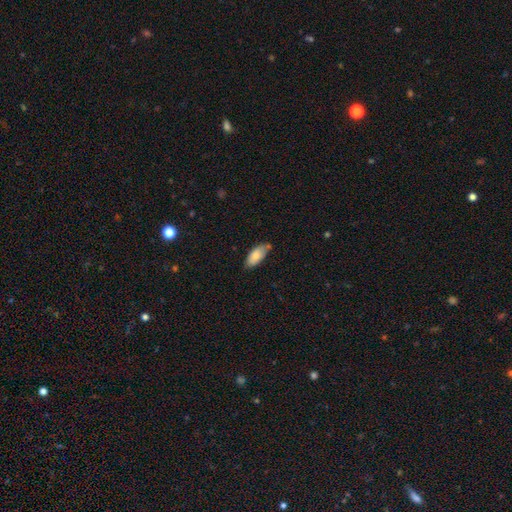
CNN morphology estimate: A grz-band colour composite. It shows a smooth galaxy with no disk features (81%) that is in between round and cigar-shaped (88%). Merging: none (63%).